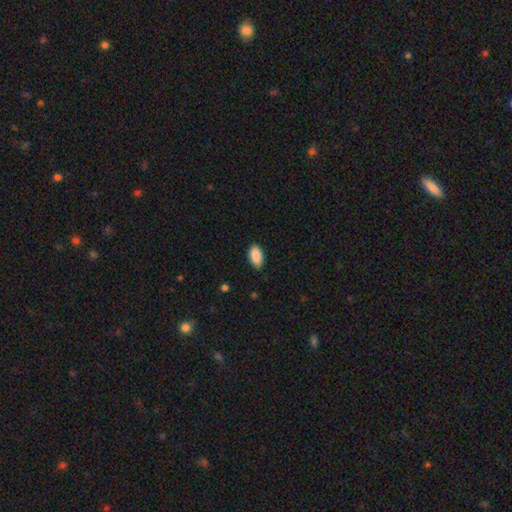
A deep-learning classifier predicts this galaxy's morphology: A smooth galaxy with no disk features (90%) that is in between round and cigar-shaped (94%). Merging: none (82%).